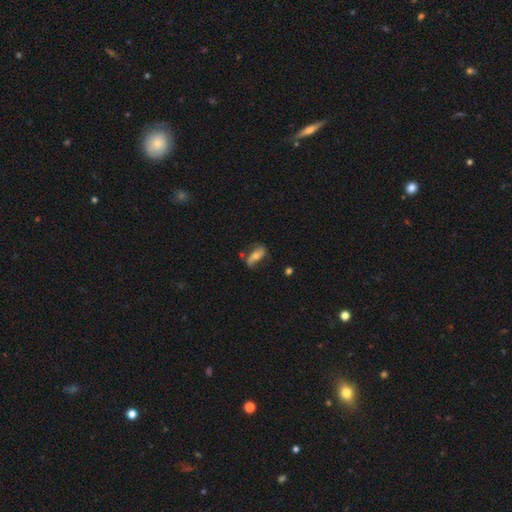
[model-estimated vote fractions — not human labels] A featured or disk galaxy (49%).

Vote fractions:
- Smooth or featured? featured or disk: 49% / smooth: 43% / star or artifact: 8%
- Merging? none: 59% / minor disturbance: 25% / major disturbance: 10% / merger: 5%